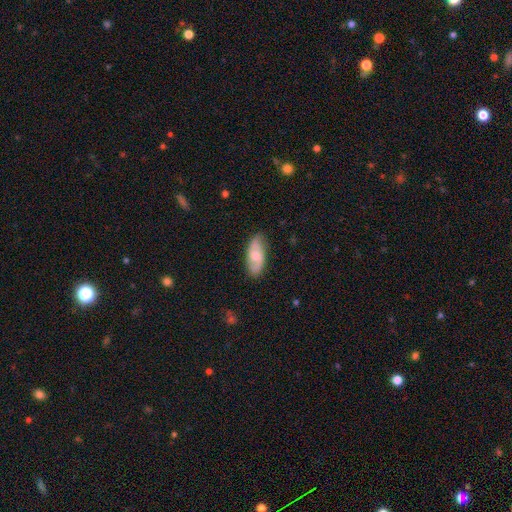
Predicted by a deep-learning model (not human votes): A featured or disk galaxy (49%).

Vote fractions:
- Smooth or featured? featured or disk: 49% / smooth: 45% / star or artifact: 6%
- Merging? none: 79% / minor disturbance: 16% / major disturbance: 3% / merger: 1%